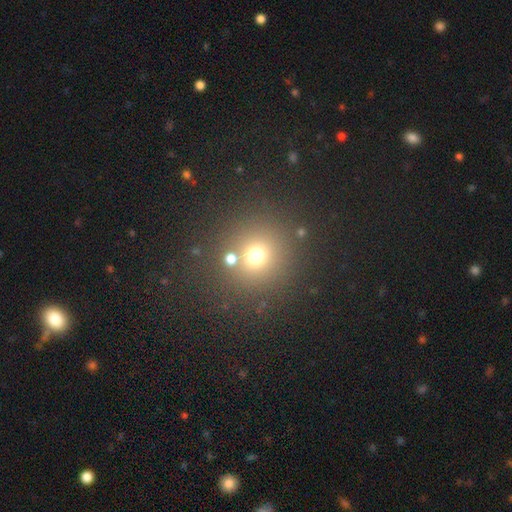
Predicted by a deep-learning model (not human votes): Smooth or featured? Predicted: smooth (p=0.68). How rounded? Predicted: round (p=0.89). Merging? Predicted: none (p=0.76).